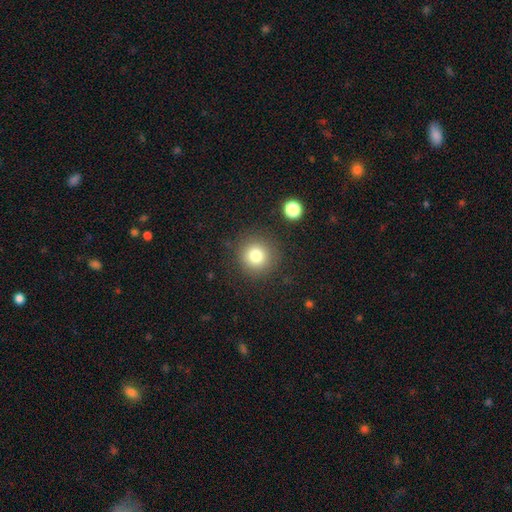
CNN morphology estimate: Smooth or featured?
  - smooth: 79% *
  - star or artifact: 12%
  - featured or disk: 9%
How rounded?
  - round: 93% *
  - in between: 6%
  - cigar-shaped: 1%
Merging?
  - none: 86% *
  - minor disturbance: 8%
  - major disturbance: 3%
  - merger: 3%